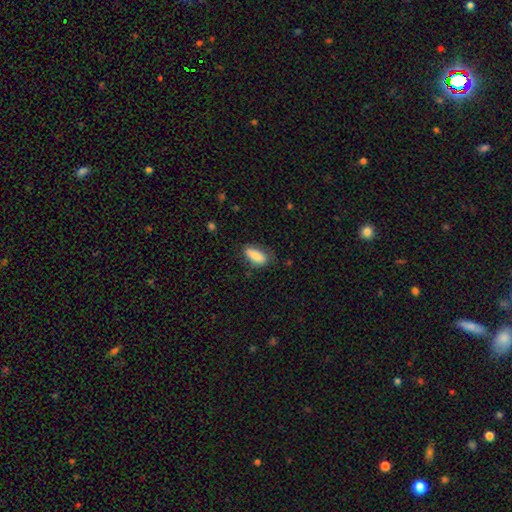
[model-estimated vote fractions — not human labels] Morphology: type=smooth (83%); roundness=in between (85%); merging=none (71%).